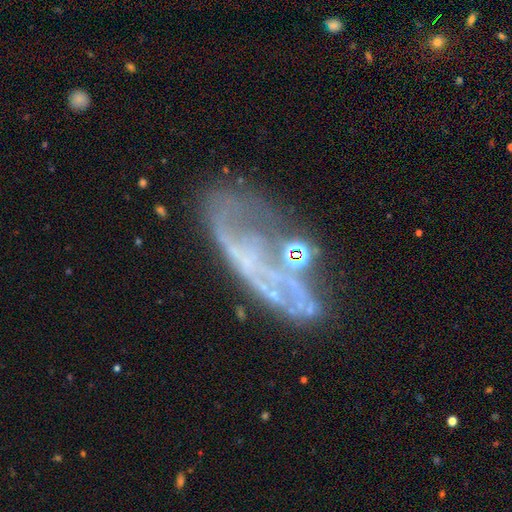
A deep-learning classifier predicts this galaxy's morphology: featured or disk 59%, star or artifact 22%, smooth 19%. Down the decision tree: edge-on disk — no (85%); bar — no (73%); spiral arms — no (58%); bulge size — none (58%); merging — none (36%).